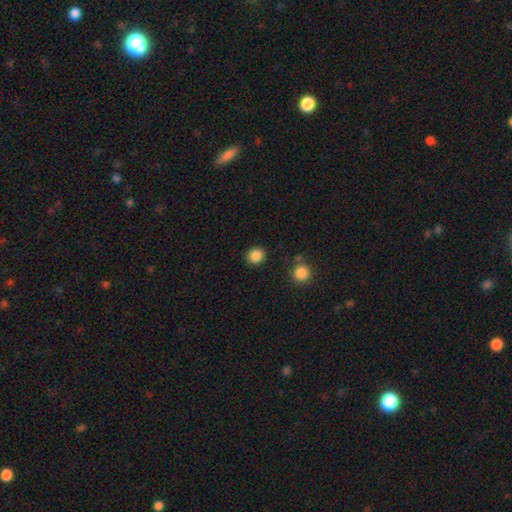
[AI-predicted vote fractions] A smooth galaxy with no disk features (87%) that is round (80%). Merging: none (88%).